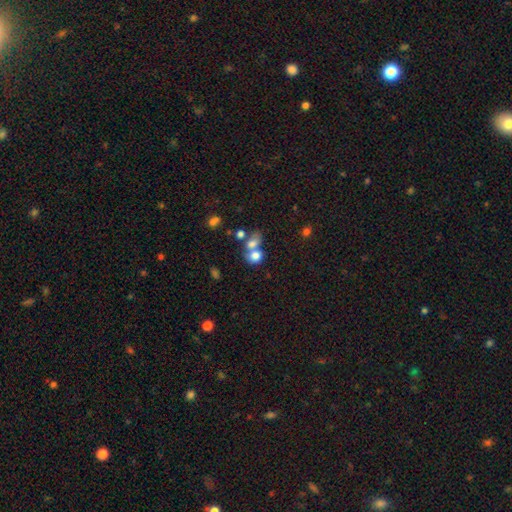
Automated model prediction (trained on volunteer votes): Smooth or featured? Predicted: smooth (p=0.73). How rounded? Predicted: round (p=0.53). Merging? Predicted: merger (p=0.60).